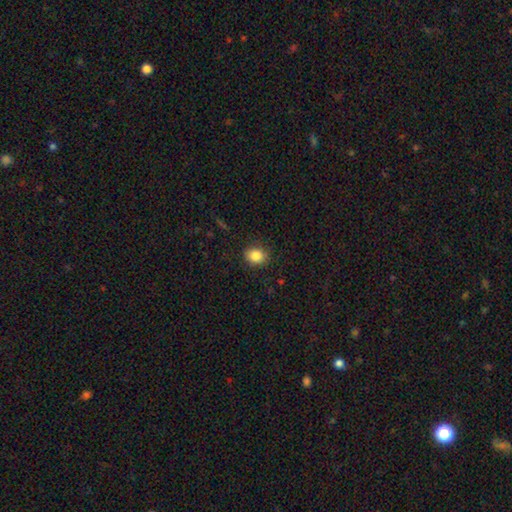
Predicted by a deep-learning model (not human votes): Smooth or featured?
  - smooth: 85% *
  - star or artifact: 10%
  - featured or disk: 5%
How rounded?
  - round: 65% *
  - in between: 34%
  - cigar-shaped: 1%
Merging?
  - none: 85% *
  - minor disturbance: 11%
  - major disturbance: 3%
  - merger: 1%